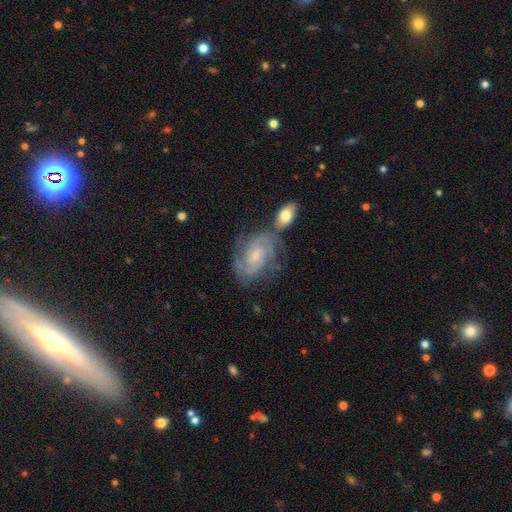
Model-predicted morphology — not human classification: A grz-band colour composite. It shows a featured or disk galaxy (85%) with no bar (58%), 2 (40%) tight (56%) spiral arms (96%) and a small central bulge (68%). Merging: none (61%).